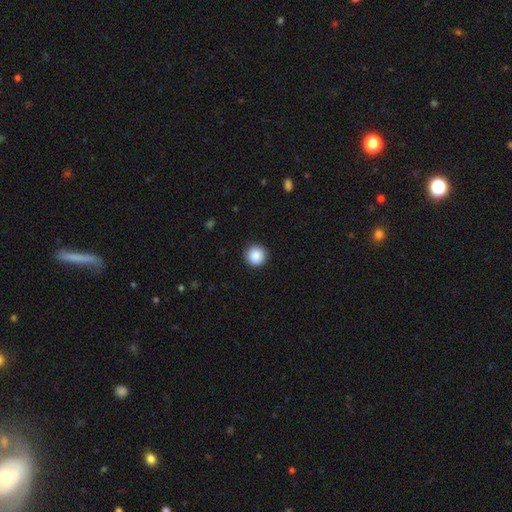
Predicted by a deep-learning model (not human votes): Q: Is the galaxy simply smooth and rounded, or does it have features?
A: smooth — 89%.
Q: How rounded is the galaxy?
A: round — 95%.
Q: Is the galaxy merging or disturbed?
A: none — 91%.